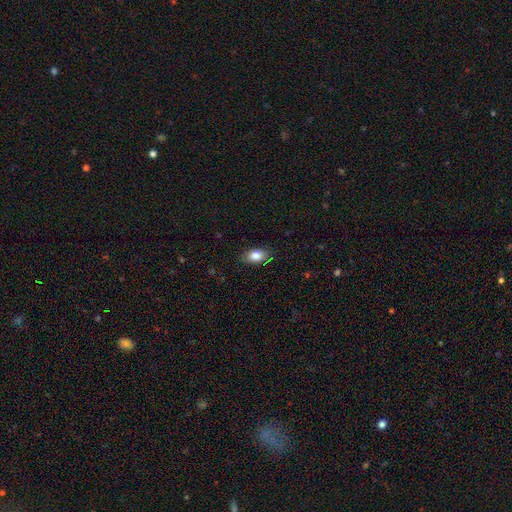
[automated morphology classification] type=smooth (82%); roundness=in between (87%); merging=none (83%).